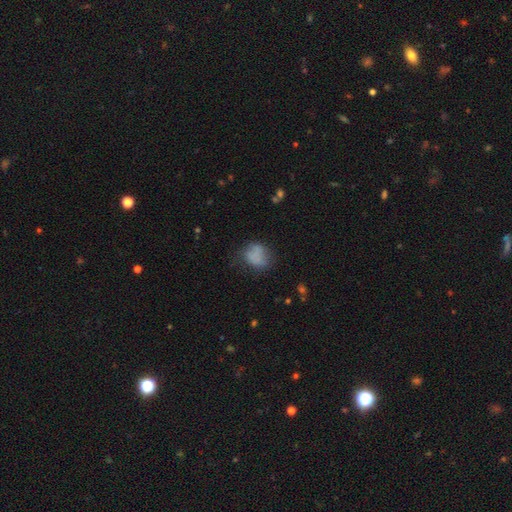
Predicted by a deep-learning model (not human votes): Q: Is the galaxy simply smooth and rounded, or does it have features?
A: smooth — 70%.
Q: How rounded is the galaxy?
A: round — 51%.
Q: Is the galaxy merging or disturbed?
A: none — 47%.